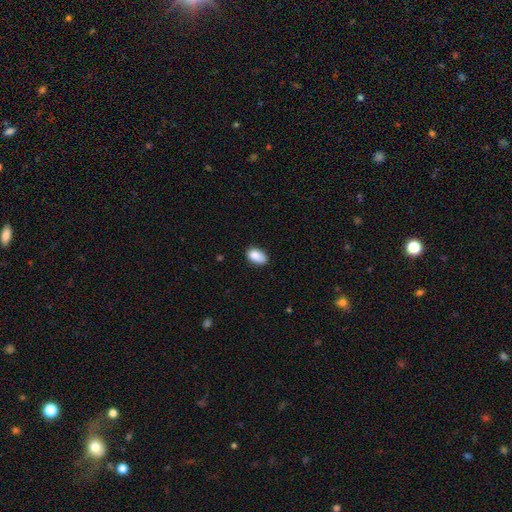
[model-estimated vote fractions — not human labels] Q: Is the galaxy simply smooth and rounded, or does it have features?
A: smooth — 87%.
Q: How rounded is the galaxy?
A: in between — 92%.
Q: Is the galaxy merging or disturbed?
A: none — 74%.